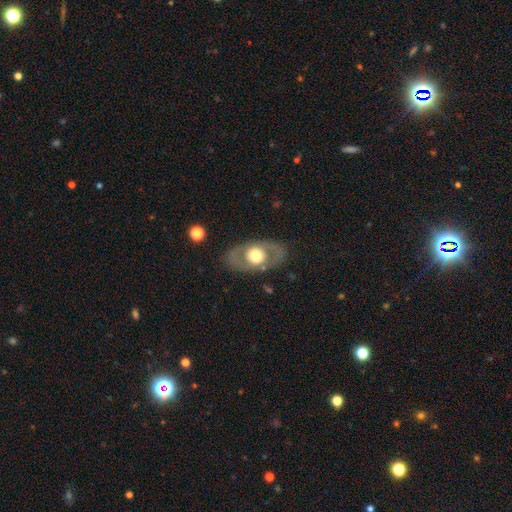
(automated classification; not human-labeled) This appears to be a featured or disk galaxy (56%). Merging: none (81%).